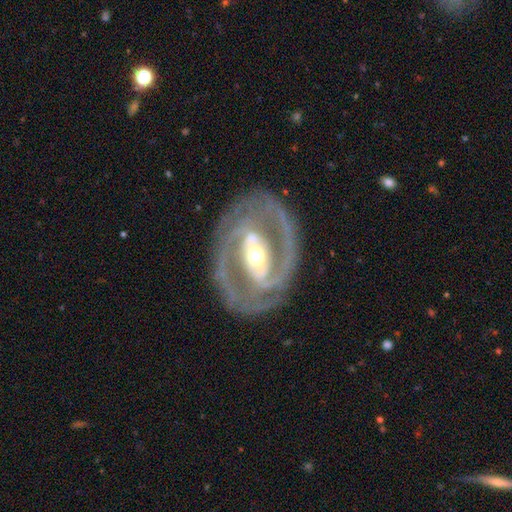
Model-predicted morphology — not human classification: smooth-or-featured: featured or disk: 92% | star or artifact: 4% | smooth: 4%
  disk-edge-on: no: 97% | yes: 3%
    bar: strong: 50% | weak: 31% | no: 18%
    has-spiral-arms: yes: 97% | no: 3%
      spiral-winding: tight: 46% | medium: 45% | loose: 9%
      spiral-arm-count: 2: 80% | 3: 8% | can't tell: 5% | 4: 2% | 1: 2% | more than 4: 2%
    bulge-size: moderate: 63% | small: 26% | large: 9% | dominant: 1% | none: 1%
  merging: none: 78% | minor disturbance: 14% | major disturbance: 7% | merger: 2%